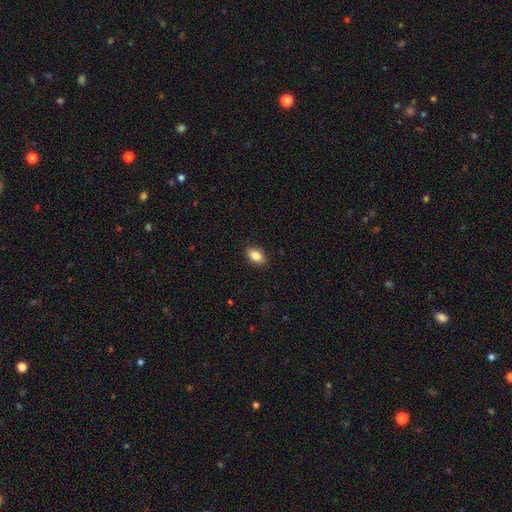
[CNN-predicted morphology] Smooth or featured? Predicted: smooth (p=0.85). How rounded? Predicted: in between (p=0.87). Merging? Predicted: none (p=0.89).